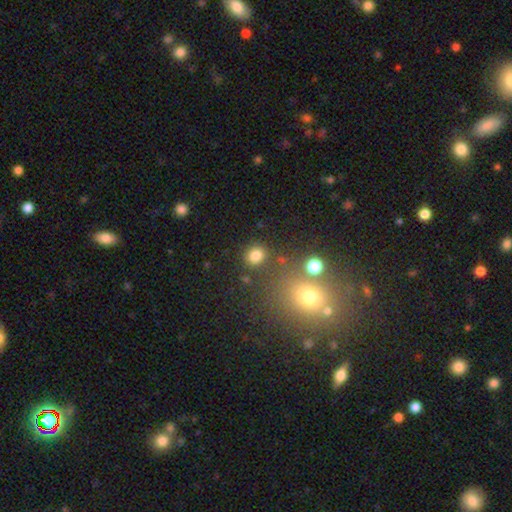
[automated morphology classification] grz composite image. It shows a smooth galaxy with no disk features (81%) that is round (68%). Merging: none (81%).